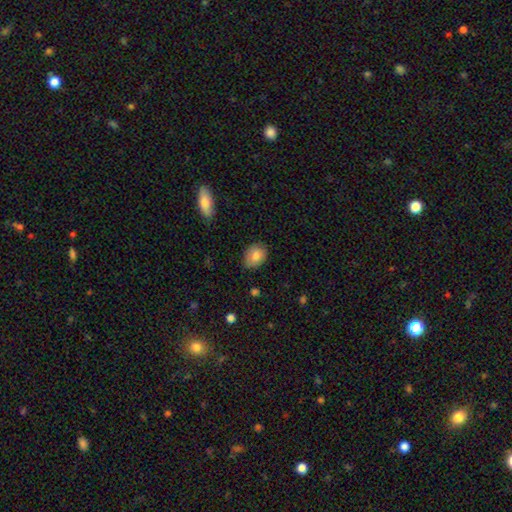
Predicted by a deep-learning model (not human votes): Smooth or featured?
  - smooth: 82% *
  - featured or disk: 11%
  - star or artifact: 7%
How rounded?
  - in between: 71% *
  - round: 28%
  - cigar-shaped: 1%
Merging?
  - none: 79% *
  - minor disturbance: 16%
  - major disturbance: 3%
  - merger: 1%